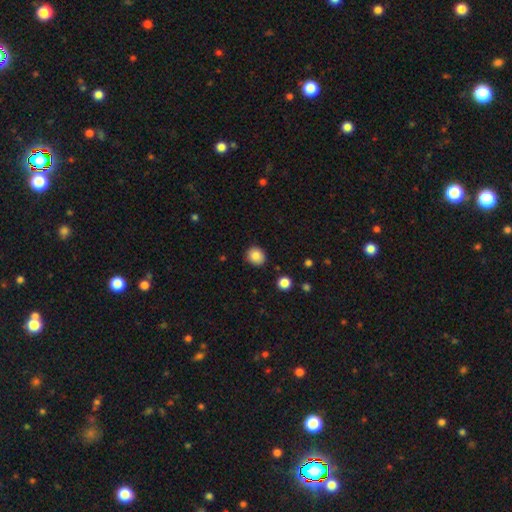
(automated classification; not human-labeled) smooth-or-featured: smooth: 85% | star or artifact: 9% | featured or disk: 6%
  how-rounded: round: 79% | in between: 20% | cigar-shaped: 1%
  merging: none: 88% | minor disturbance: 9% | major disturbance: 2% | merger: 2%